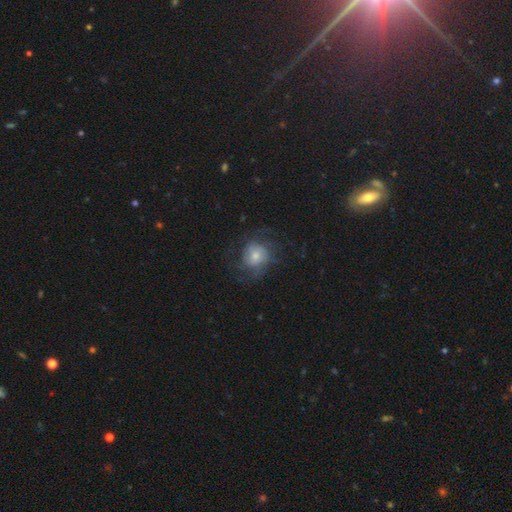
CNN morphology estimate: featured or disk 49%, smooth 42%, star or artifact 9%. Down the decision tree: merging — none (57%).